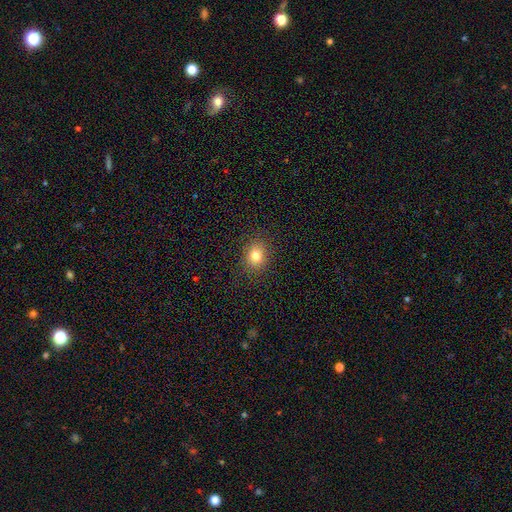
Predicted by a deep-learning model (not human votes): smooth-or-featured: smooth: 80% | star or artifact: 13% | featured or disk: 7%
  how-rounded: round: 62% | in between: 37% | cigar-shaped: 1%
  merging: none: 88% | minor disturbance: 8% | major disturbance: 3% | merger: 1%